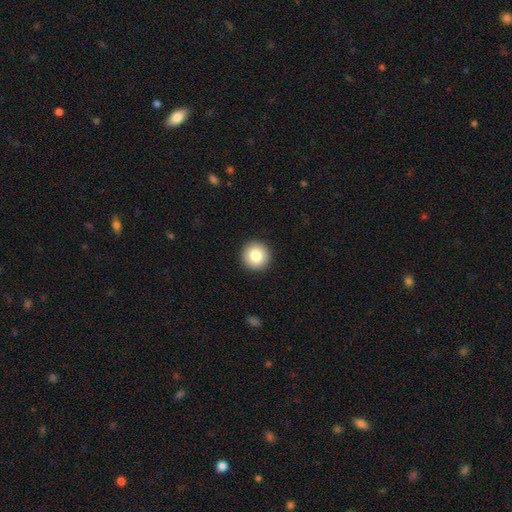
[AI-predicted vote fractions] Q: Smooth or featured?
A: smooth (82%); runner-up: featured or disk (9%)
Q: How rounded?
A: round (95%); runner-up: in between (4%)
Q: Merging?
A: none (93%); runner-up: minor disturbance (5%)